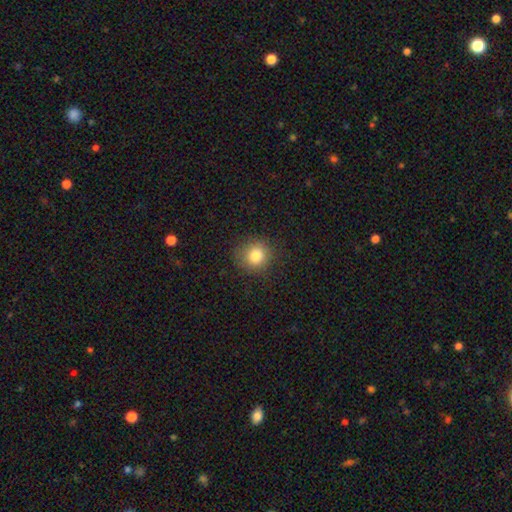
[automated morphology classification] A smooth galaxy with no disk features (83%) that is round (87%).

Vote fractions:
- Smooth or featured? smooth: 83% / star or artifact: 11% / featured or disk: 6%
- How rounded? round: 87% / in between: 12% / cigar-shaped: 1%
- Merging? none: 85% / minor disturbance: 10% / major disturbance: 3% / merger: 1%